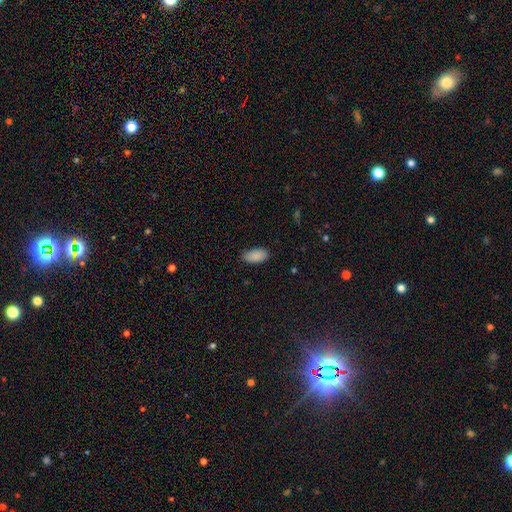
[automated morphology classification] Smooth or featured? Predicted: smooth (p=0.89). How rounded? Predicted: in between (p=0.93). Merging? Predicted: none (p=0.83).